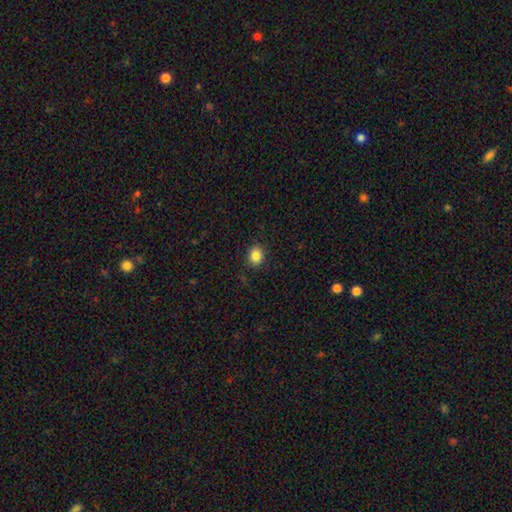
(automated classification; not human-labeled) Morphology: type=smooth (85%); roundness=round (66%); merging=none (89%).